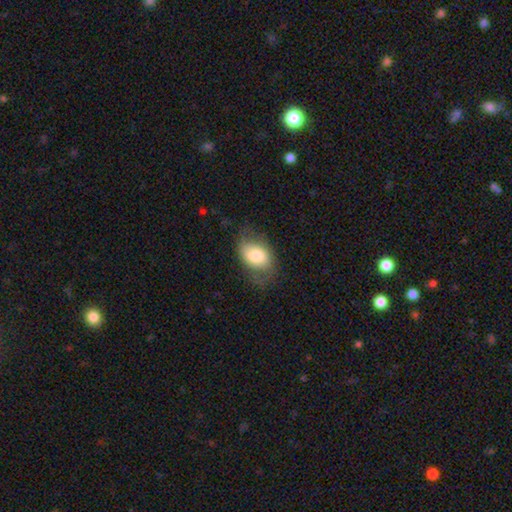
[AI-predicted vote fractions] smooth_or_featured: smooth (p=0.68) [alt: featured or disk p=0.25]
how_rounded: in between (p=0.83) [alt: round p=0.16]
merging: none (p=0.59) [alt: minor disturbance p=0.26]